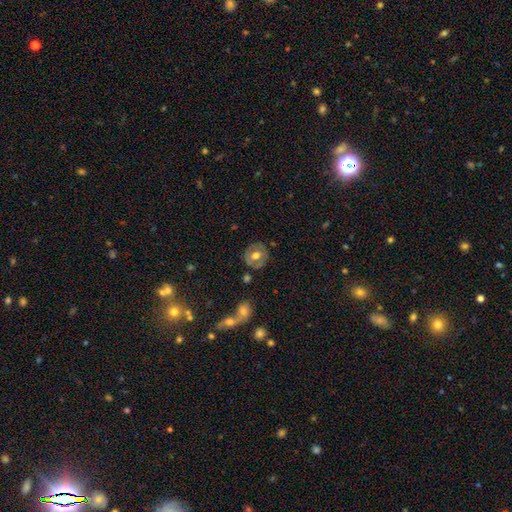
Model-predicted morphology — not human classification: A smooth galaxy with no disk features (52%) that is round (82%).

Vote fractions:
- Smooth or featured? smooth: 52% / featured or disk: 41% / star or artifact: 8%
- How rounded? round: 82% / in between: 17% / cigar-shaped: 1%
- Merging? none: 78% / minor disturbance: 13% / merger: 4% / major disturbance: 4%